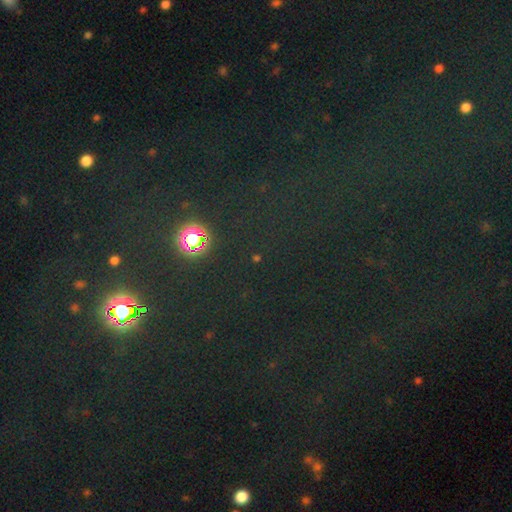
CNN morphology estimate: This appears to be a star or artifact, not a galaxy (75%).